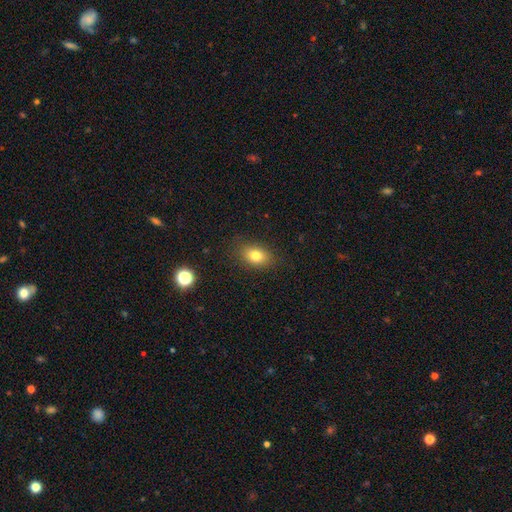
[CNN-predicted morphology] smooth-or-featured: smooth: 78% | star or artifact: 11% | featured or disk: 11%
  how-rounded: in between: 76% | round: 22% | cigar-shaped: 2%
  merging: none: 84% | minor disturbance: 11% | major disturbance: 3% | merger: 1%